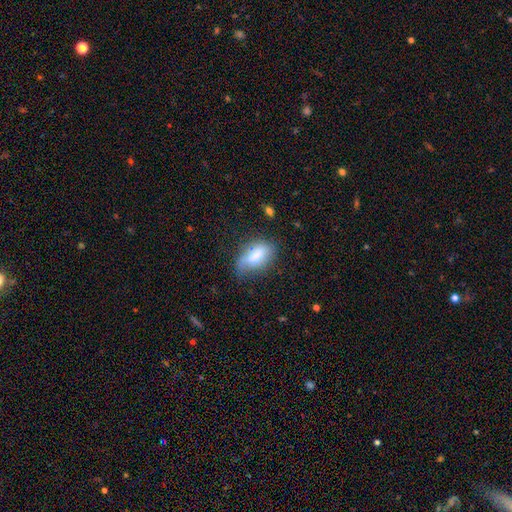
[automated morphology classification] A smooth galaxy with no disk features (68%) that is in between round and cigar-shaped (84%).

Vote fractions:
- Smooth or featured? smooth: 68% / featured or disk: 24% / star or artifact: 8%
- How rounded? in between: 84% / cigar-shaped: 12% / round: 5%
- Merging? none: 50% / minor disturbance: 33% / major disturbance: 12% / merger: 5%